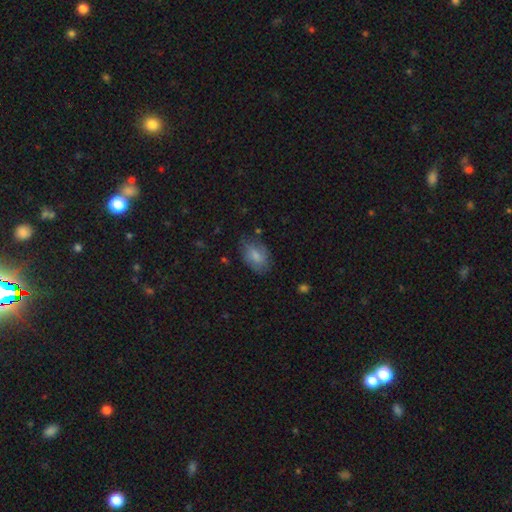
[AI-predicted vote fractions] Smooth or featured?
  - smooth: 76% *
  - featured or disk: 17%
  - star or artifact: 7%
How rounded?
  - in between: 87% *
  - round: 11%
  - cigar-shaped: 2%
Merging?
  - none: 70% *
  - minor disturbance: 22%
  - major disturbance: 6%
  - merger: 2%